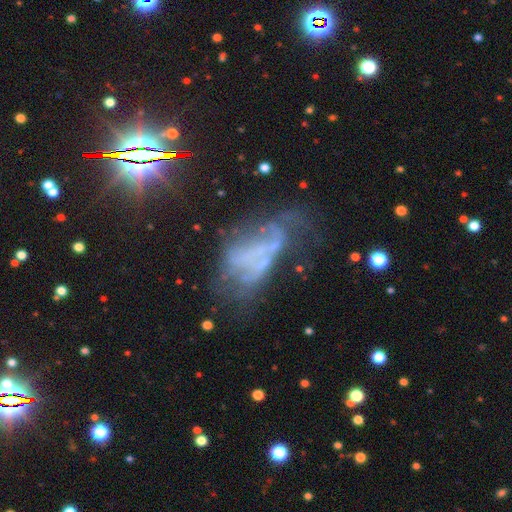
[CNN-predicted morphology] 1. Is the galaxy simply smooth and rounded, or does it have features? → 56% featured or disk, 23% star or artifact, 21% smooth.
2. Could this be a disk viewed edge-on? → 91% no, 9% yes.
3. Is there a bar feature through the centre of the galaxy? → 79% no, 12% weak, 9% strong.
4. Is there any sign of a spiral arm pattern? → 78% no, 22% yes.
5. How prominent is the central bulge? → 78% none, 13% small, 5% moderate, 3% large, 2% dominant.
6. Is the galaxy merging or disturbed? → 41% major disturbance, 28% none, 23% minor disturbance, 8% merger.